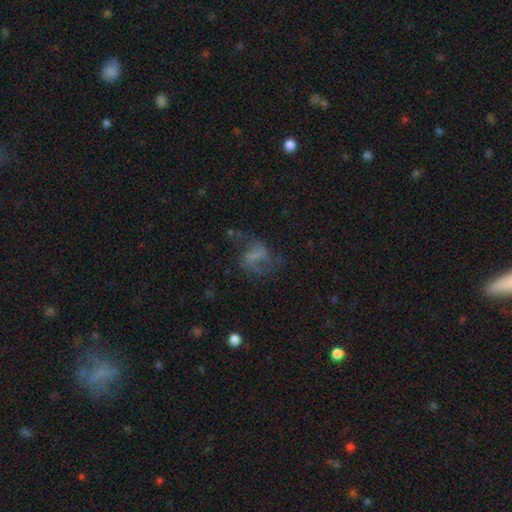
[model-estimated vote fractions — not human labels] Q: Smooth or featured?
A: featured or disk (50%); runner-up: smooth (35%)
Q: Merging?
A: none (41%); runner-up: major disturbance (35%)